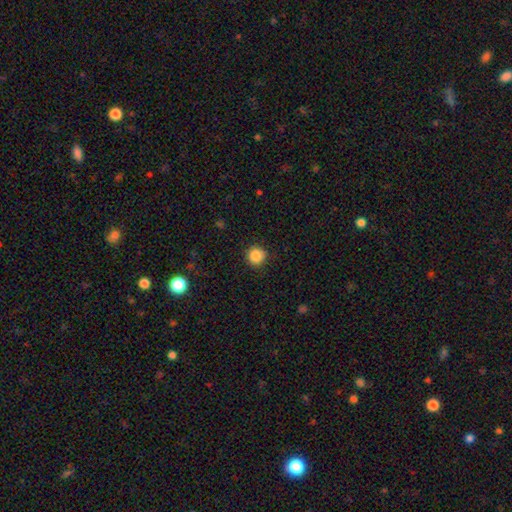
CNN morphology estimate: Smooth or featured? smooth (86%)
How rounded? round (94%)
Merging? none (89%)